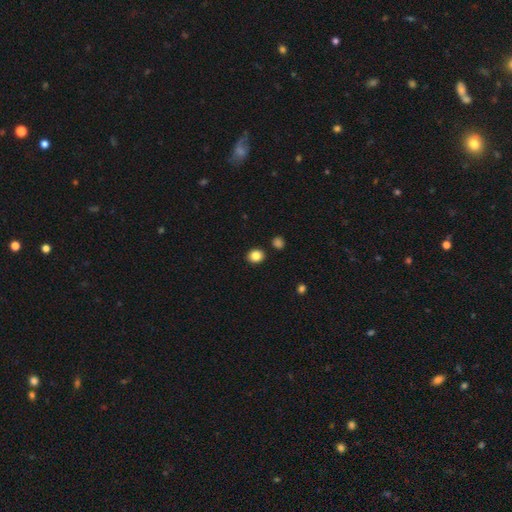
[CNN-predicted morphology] type=smooth (85%); roundness=round (69%); merging=none (88%).